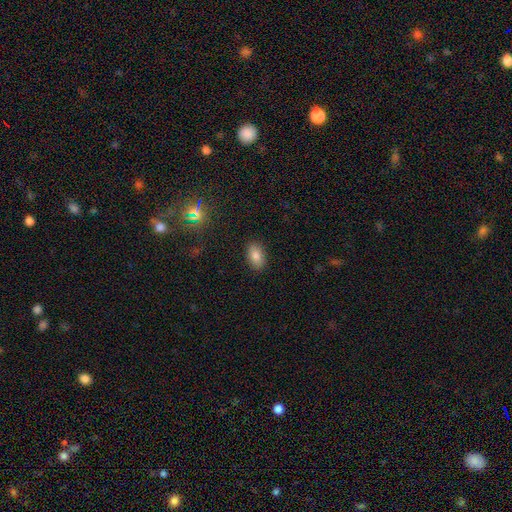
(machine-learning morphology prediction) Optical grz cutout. It shows a smooth galaxy with no disk features (81%) that is in between round and cigar-shaped (91%). Merging: none (88%).